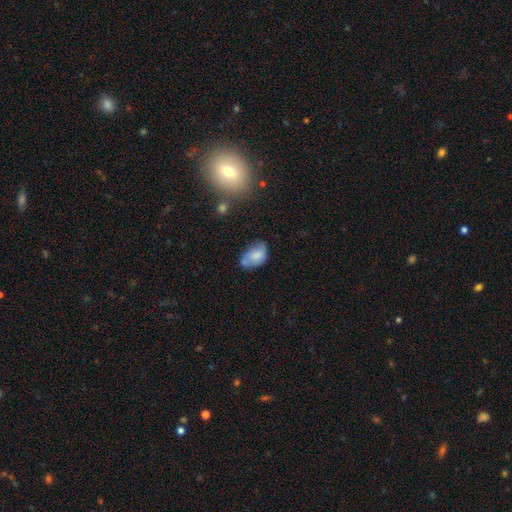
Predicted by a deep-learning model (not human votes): The model was most divided on "merging": none: 42%, minor disturbance: 35%, major disturbance: 12%, merger: 11%. More confident: how rounded — in between (89%); smooth or featured — smooth (69%).